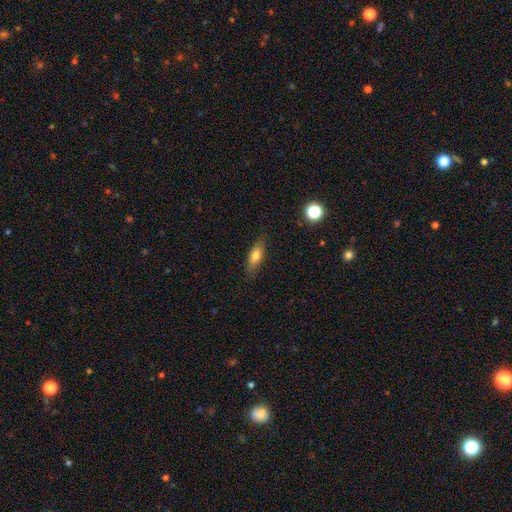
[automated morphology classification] smooth_or_featured: smooth (p=0.71) [alt: featured or disk p=0.21]
how_rounded: in between (p=0.62) [alt: cigar-shaped p=0.35]
merging: none (p=0.84) [alt: minor disturbance p=0.13]